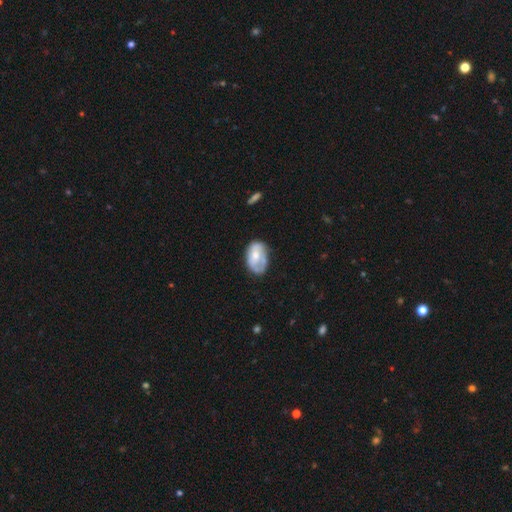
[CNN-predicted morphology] smooth 48%, featured or disk 46%, star or artifact 6%. Down the decision tree: merging — none (50%).